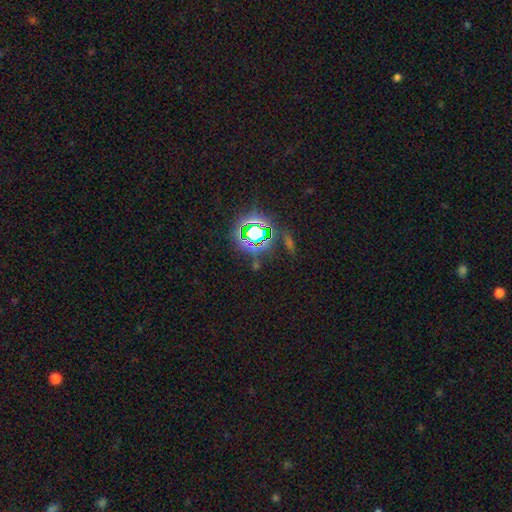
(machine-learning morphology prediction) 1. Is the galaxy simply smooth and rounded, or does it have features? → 78% star or artifact, 14% smooth, 8% featured or disk.